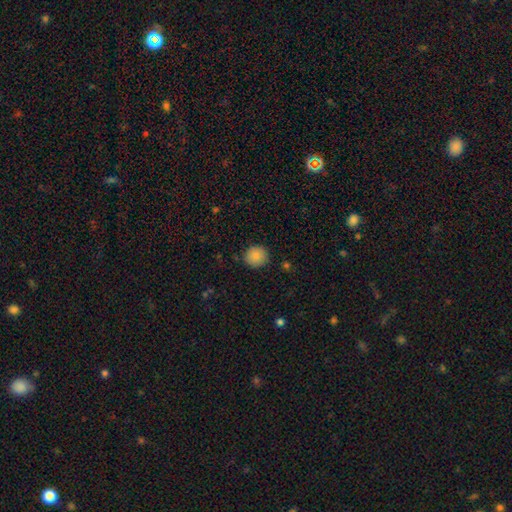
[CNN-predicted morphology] smooth 85%, star or artifact 9%, featured or disk 6%. Down the decision tree: how rounded — round (92%); merging — none (89%).